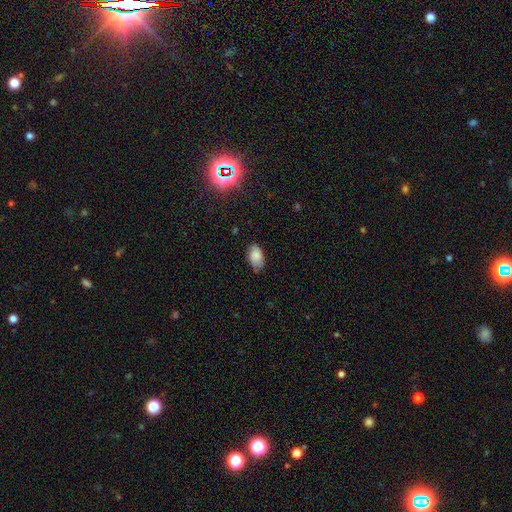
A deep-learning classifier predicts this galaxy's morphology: Overall: smooth (84%). How rounded: in between (92%). Merging: none (75%).